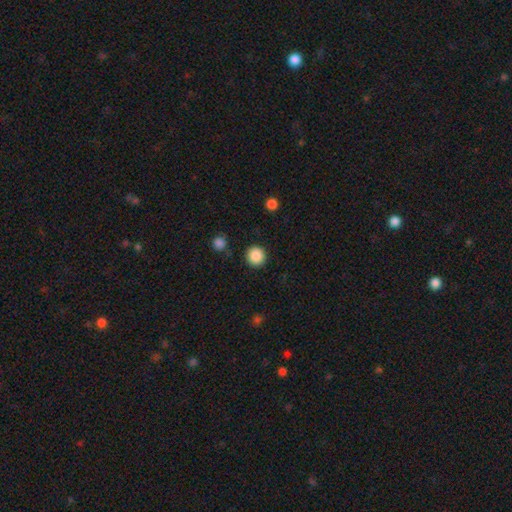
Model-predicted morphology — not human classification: Overall: smooth (88%). How rounded: round (95%). Merging: none (92%).